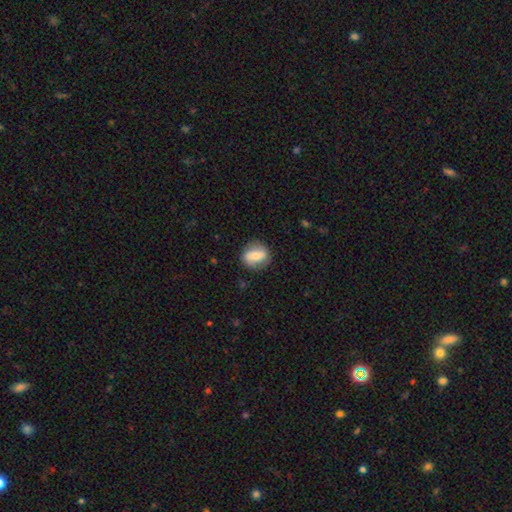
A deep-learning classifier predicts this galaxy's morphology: smooth-or-featured: smooth: 60% | featured or disk: 32% | star or artifact: 7%
  how-rounded: round: 56% | in between: 42% | cigar-shaped: 3%
  merging: none: 81% | minor disturbance: 14% | major disturbance: 4% | merger: 1%